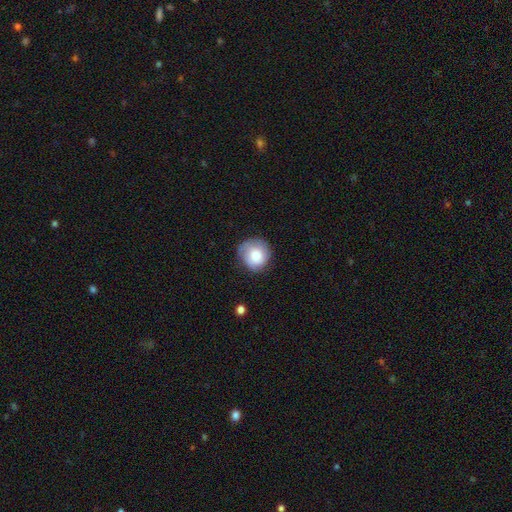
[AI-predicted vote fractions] The model was most divided on "merging": none: 67%, minor disturbance: 25%, major disturbance: 7%, merger: 2%. More confident: how rounded — round (89%); smooth or featured — smooth (76%).